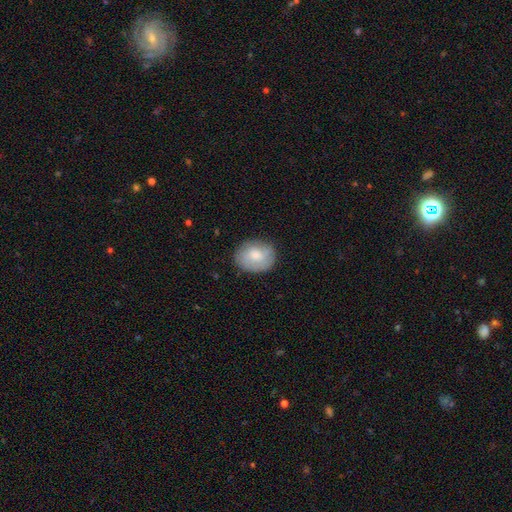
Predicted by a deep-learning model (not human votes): This is likely a smooth galaxy (69%). How rounded: possibly round (55%). Merging: likely none (75%).